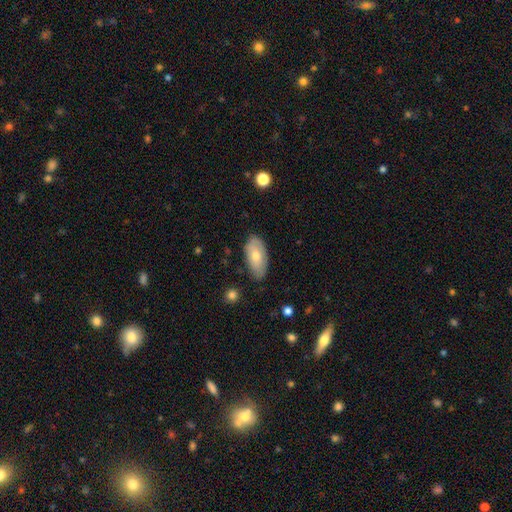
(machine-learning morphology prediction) A smooth galaxy with no disk features (68%) that is in between round and cigar-shaped (93%). Merging: none (74%).